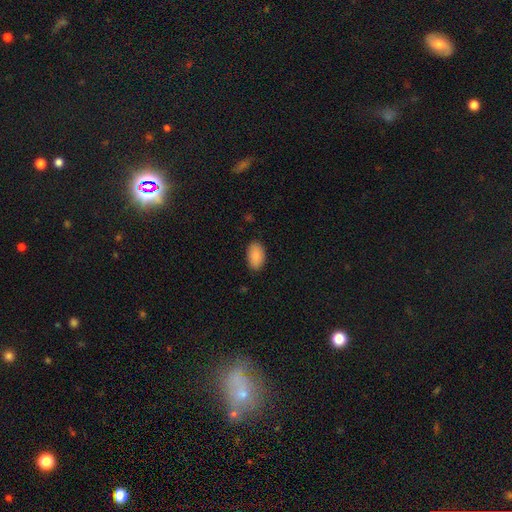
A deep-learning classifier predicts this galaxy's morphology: Smooth or featured: smooth — 88% (star or artifact — 7%)
How rounded: in between — 93% (round — 5%)
Merging: none — 87% (minor disturbance — 10%)